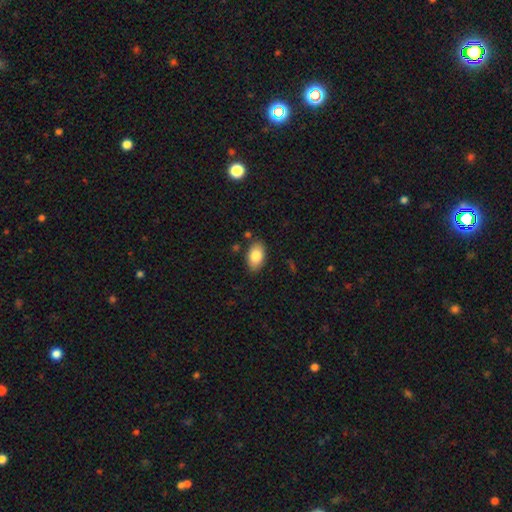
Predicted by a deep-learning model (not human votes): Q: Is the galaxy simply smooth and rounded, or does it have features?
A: smooth — 82%.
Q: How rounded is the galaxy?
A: in between — 92%.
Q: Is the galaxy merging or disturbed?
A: none — 84%.